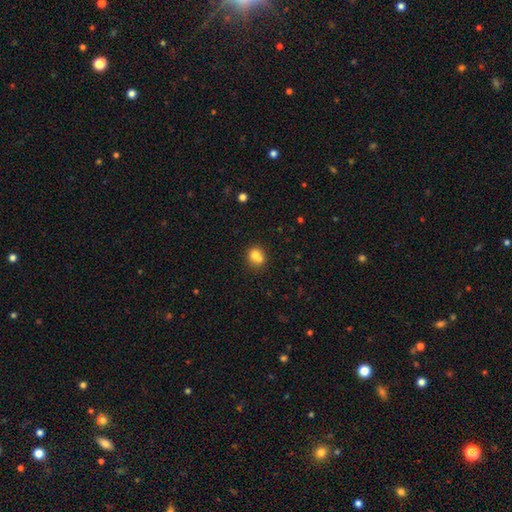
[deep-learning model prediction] This appears to be a smooth galaxy with no disk features (74%) that is round (66%). Merging: none (44%).